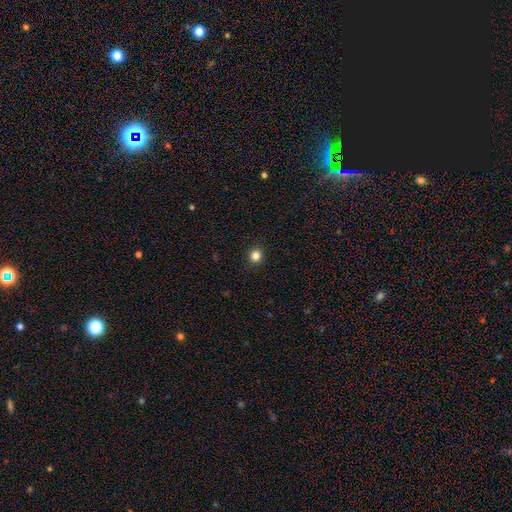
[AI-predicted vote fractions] Smooth or featured?
  - smooth: 83% *
  - star or artifact: 13%
  - featured or disk: 4%
How rounded?
  - round: 93% *
  - in between: 6%
  - cigar-shaped: 1%
Merging?
  - none: 93% *
  - minor disturbance: 5%
  - major disturbance: 2%
  - merger: 1%